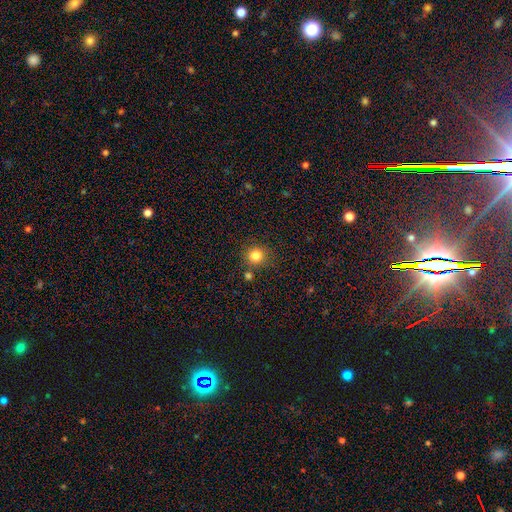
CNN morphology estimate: This is clearly a smooth galaxy (83%). How rounded: clearly round (92%). Merging: clearly none (82%).